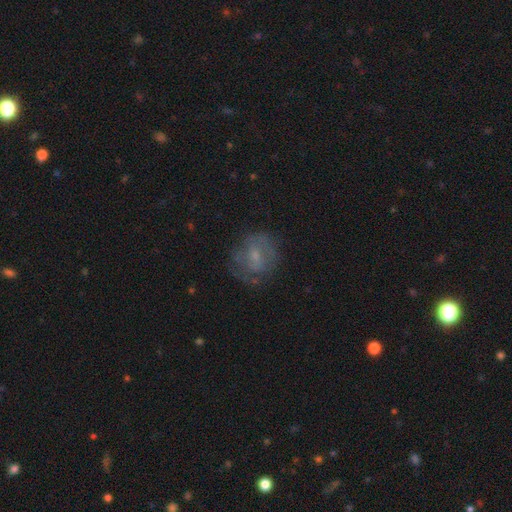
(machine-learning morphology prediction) Q: Smooth or featured?
A: featured or disk (48%); runner-up: smooth (42%)
Q: Merging?
A: none (66%); runner-up: minor disturbance (20%)